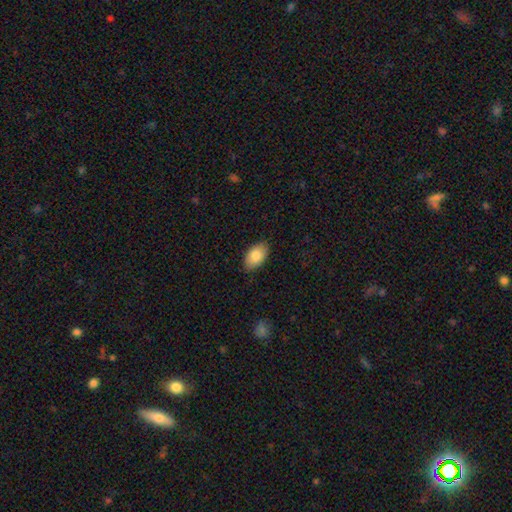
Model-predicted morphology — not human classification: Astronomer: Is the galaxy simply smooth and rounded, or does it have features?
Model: smooth — 85%.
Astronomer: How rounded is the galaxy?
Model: in between — 93%.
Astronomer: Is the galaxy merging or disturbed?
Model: none — 85%.